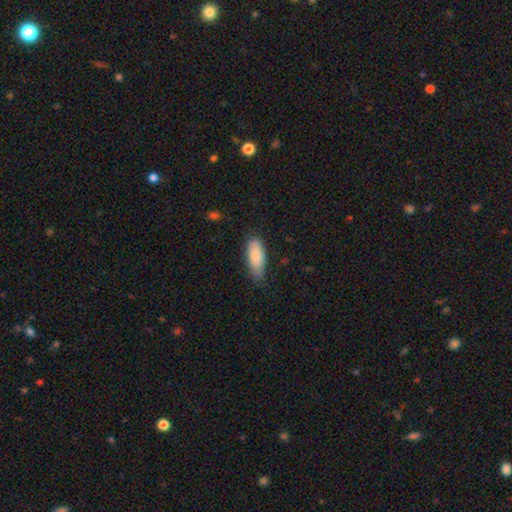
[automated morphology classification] smooth-or-featured: smooth: 84% | featured or disk: 10% | star or artifact: 6%
  how-rounded: in between: 78% | cigar-shaped: 20% | round: 2%
  merging: none: 69% | minor disturbance: 25% | major disturbance: 4% | merger: 1%